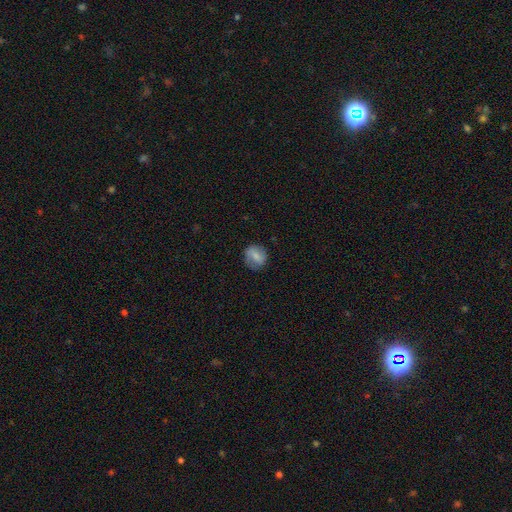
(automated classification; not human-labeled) smooth 64%, featured or disk 27%, star or artifact 8%. Down the decision tree: how rounded — round (76%); merging — none (75%).